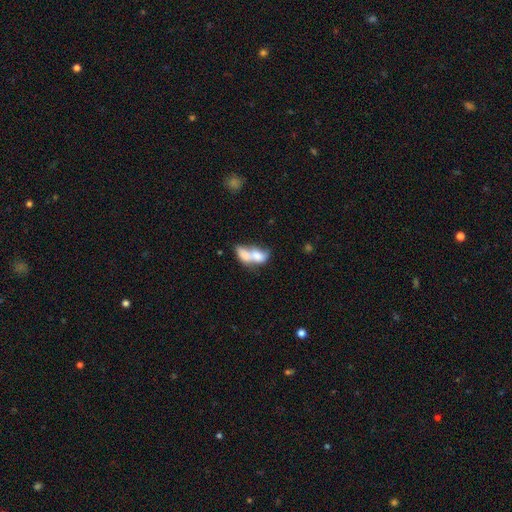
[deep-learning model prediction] Smooth or featured?
  - smooth: 66% *
  - featured or disk: 26%
  - star or artifact: 9%
How rounded?
  - in between: 81% *
  - round: 11%
  - cigar-shaped: 8%
Merging?
  - merger: 72% *
  - none: 13%
  - major disturbance: 8%
  - minor disturbance: 7%